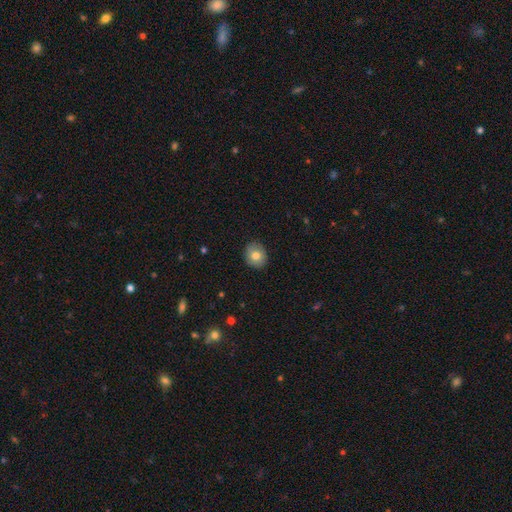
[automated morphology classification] type=smooth (78%); roundness=round (72%); merging=none (89%).